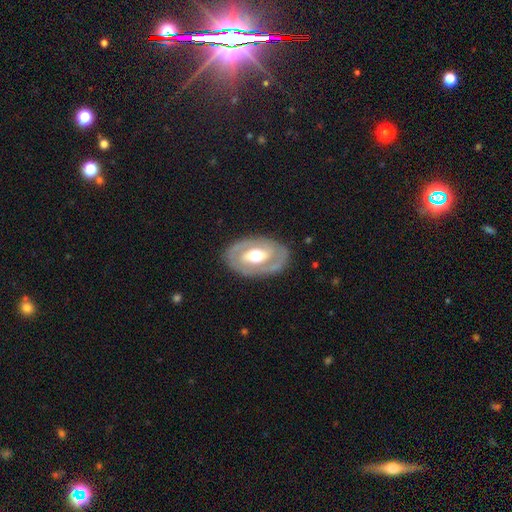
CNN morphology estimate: Q: Smooth or featured?
A: featured or disk (73%); runner-up: smooth (23%)
Q: Edge-on disk?
A: no (93%); runner-up: yes (7%)
Q: Bar?
A: no (40%); runner-up: weak (33%)
Q: Spiral arms?
A: yes (52%); runner-up: no (48%)
Q: Bulge size?
A: moderate (68%); runner-up: large (21%)
Q: Merging?
A: none (82%); runner-up: minor disturbance (12%)